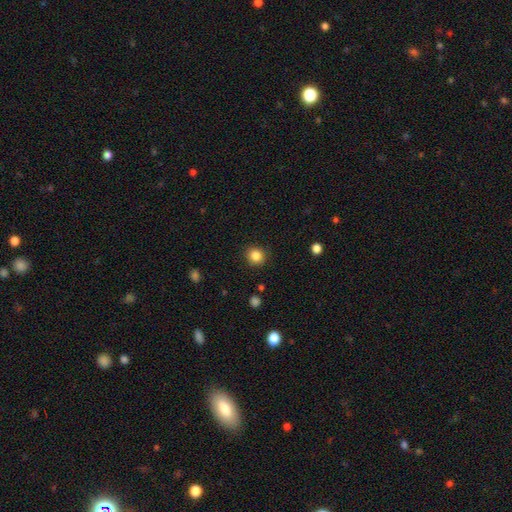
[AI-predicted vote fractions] A smooth galaxy with no disk features (85%) that is round (88%). Merging: none (90%).